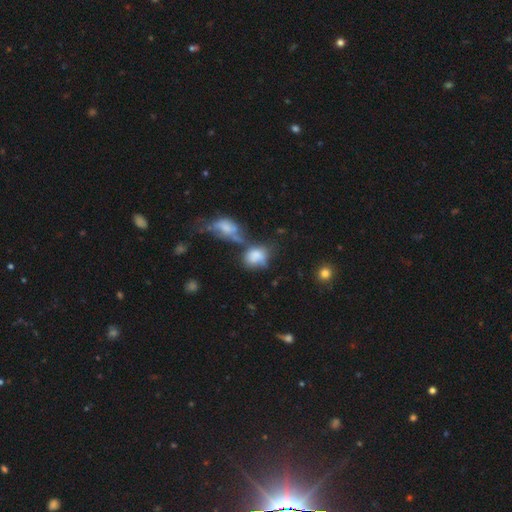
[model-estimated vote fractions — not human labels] A smooth galaxy with no disk features (73%) that is in between round and cigar-shaped (58%). Merging: merger (39%).